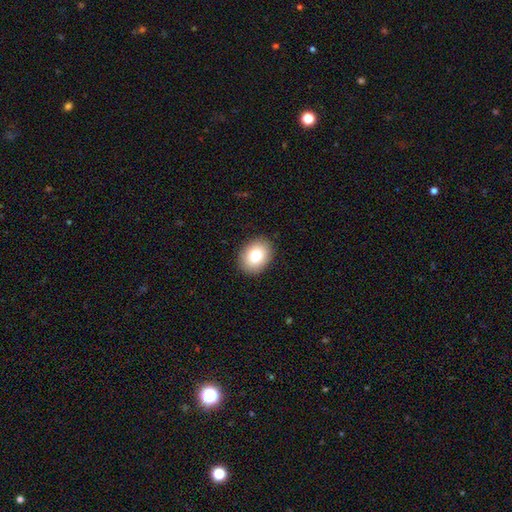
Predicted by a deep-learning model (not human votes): Overall: smooth (81%). How rounded: in between (59%; round 40%). Merging: none (90%).